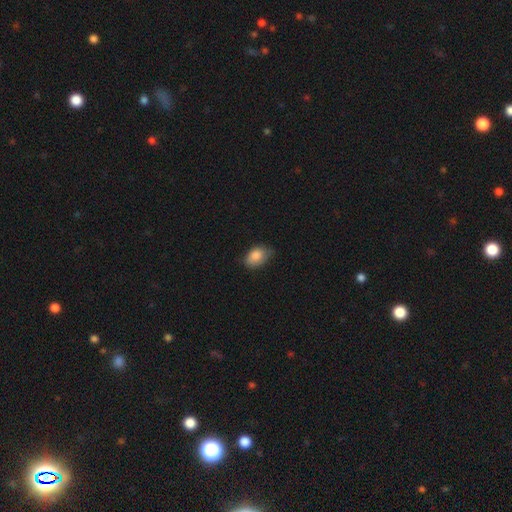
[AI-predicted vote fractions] Morphology: type=smooth (85%); roundness=in between (86%); merging=none (64%).